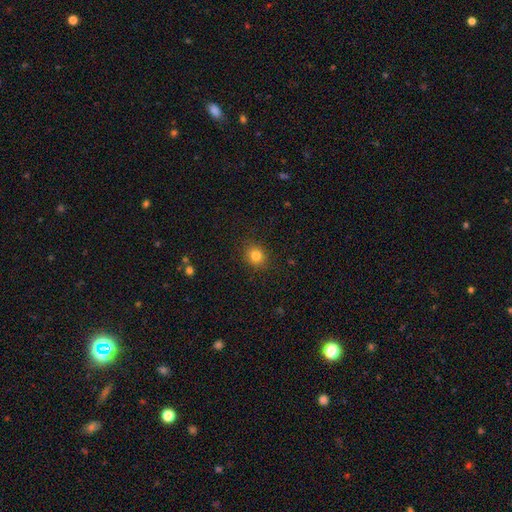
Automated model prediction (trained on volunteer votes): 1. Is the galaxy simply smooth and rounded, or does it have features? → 83% smooth, 12% star or artifact, 6% featured or disk.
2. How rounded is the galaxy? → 71% round, 28% in between, 1% cigar-shaped.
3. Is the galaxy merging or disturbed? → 89% none, 8% minor disturbance, 2% major disturbance, 1% merger.